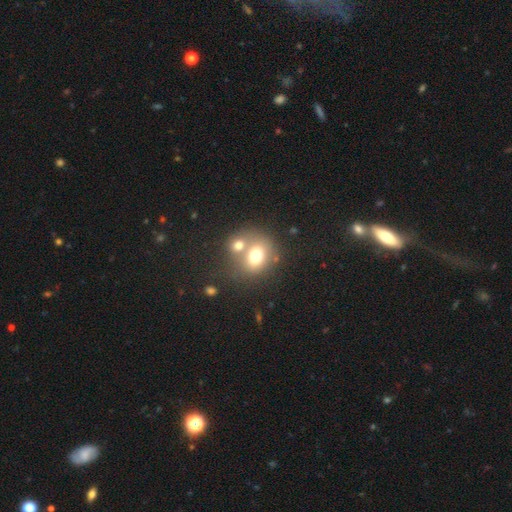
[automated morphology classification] Overall: smooth (70%). How rounded: round (59%; in between 40%). Merging: merger (47%; none 39%).